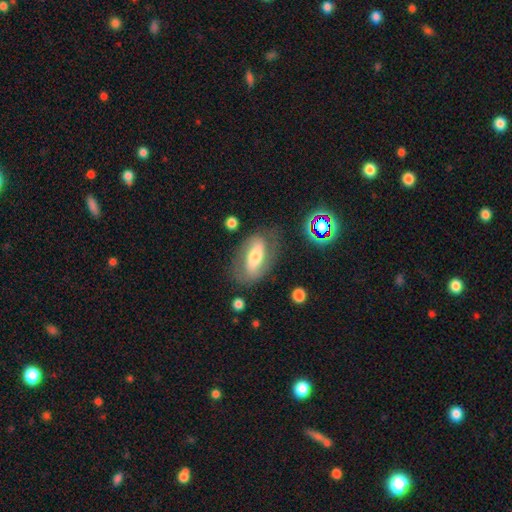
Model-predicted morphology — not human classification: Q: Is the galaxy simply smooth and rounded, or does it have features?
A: featured or disk — 53%.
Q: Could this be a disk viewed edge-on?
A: no — 82%.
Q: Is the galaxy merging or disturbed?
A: none — 71%.